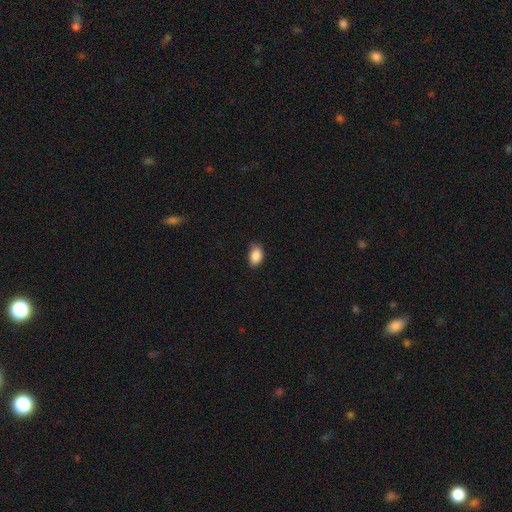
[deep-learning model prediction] This is clearly a smooth galaxy (89%). How rounded: clearly in between (89%). Merging: likely none (77%).